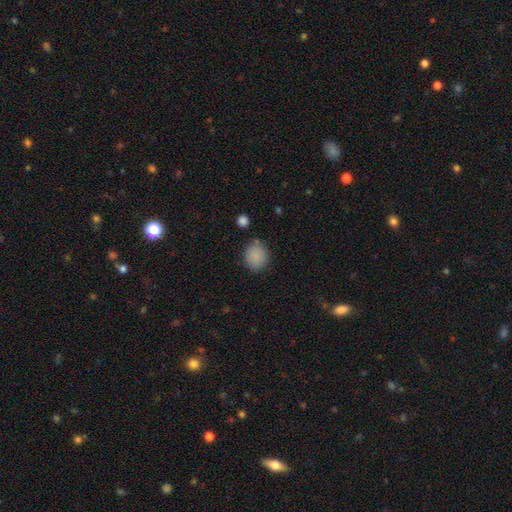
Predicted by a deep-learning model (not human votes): Q: Smooth or featured?
A: smooth (87%); runner-up: star or artifact (9%)
Q: How rounded?
A: round (72%); runner-up: in between (27%)
Q: Merging?
A: none (77%); runner-up: minor disturbance (14%)